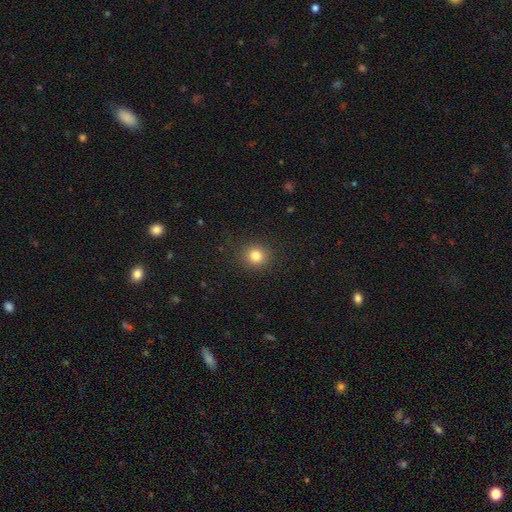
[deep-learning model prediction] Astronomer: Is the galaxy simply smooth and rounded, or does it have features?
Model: smooth — 82%.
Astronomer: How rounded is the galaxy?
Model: round — 89%.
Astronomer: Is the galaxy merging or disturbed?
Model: none — 90%.